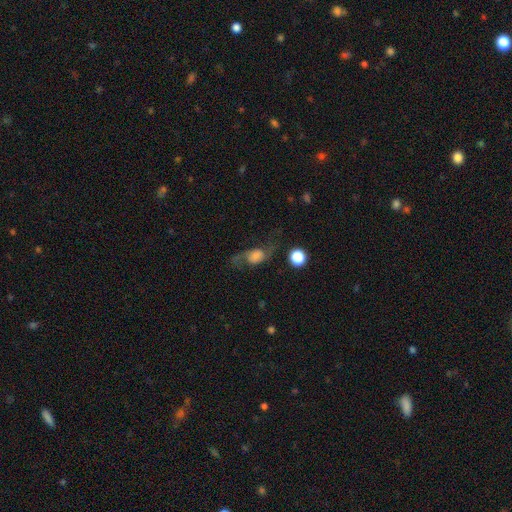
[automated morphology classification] Overall: featured or disk (63%; smooth 26%). Edge-on disk: no (90%). Bar: no (67%; weak 27%). Spiral arms: yes (89%). Spiral arm count: 2 (89%). Spiral winding: loose (76%). Bulge size: large (28%; moderate 23%). Merging: none (56%; major disturbance 22%).